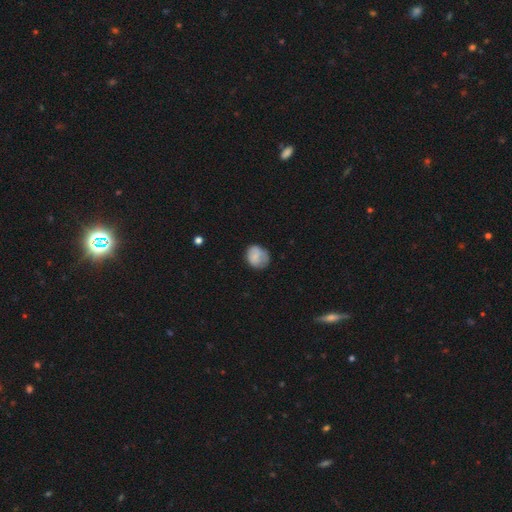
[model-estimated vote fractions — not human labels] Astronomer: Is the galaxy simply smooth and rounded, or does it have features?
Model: smooth — 77%.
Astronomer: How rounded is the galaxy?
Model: round — 68%.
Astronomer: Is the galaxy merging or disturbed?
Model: none — 64%.